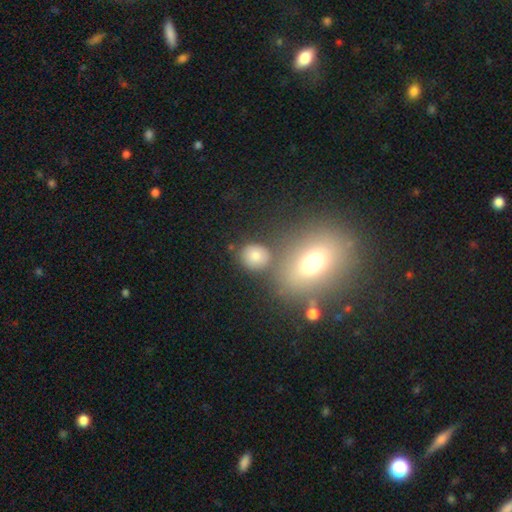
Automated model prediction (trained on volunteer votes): Overall: smooth (77%). How rounded: round (74%). Merging: none (73%).